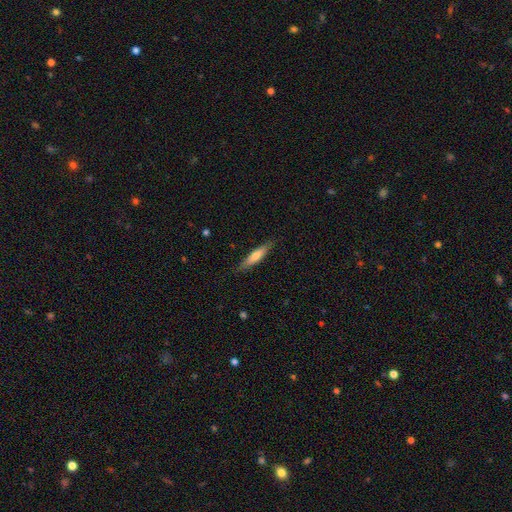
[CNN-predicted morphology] Smooth or featured?
  - smooth: 62% *
  - featured or disk: 33%
  - star or artifact: 6%
How rounded?
  - cigar-shaped: 82% *
  - in between: 17%
  - round: 1%
Merging?
  - none: 86% *
  - minor disturbance: 11%
  - major disturbance: 2%
  - merger: 1%